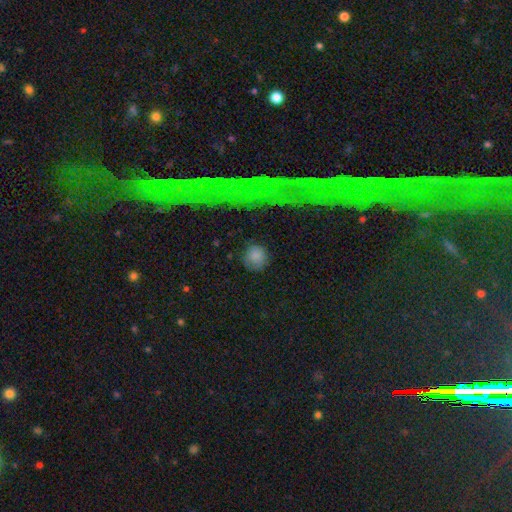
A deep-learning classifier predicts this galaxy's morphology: This is clearly a smooth galaxy (83%). How rounded: clearly round (91%). Merging: clearly none (80%).